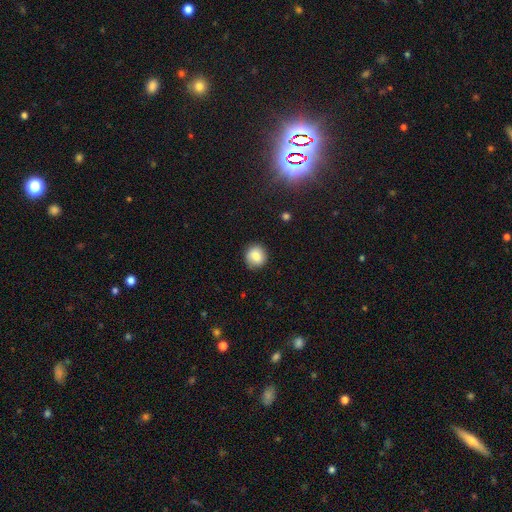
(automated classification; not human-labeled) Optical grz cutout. It shows a smooth galaxy with no disk features (83%) that is round (88%). Merging: none (86%).